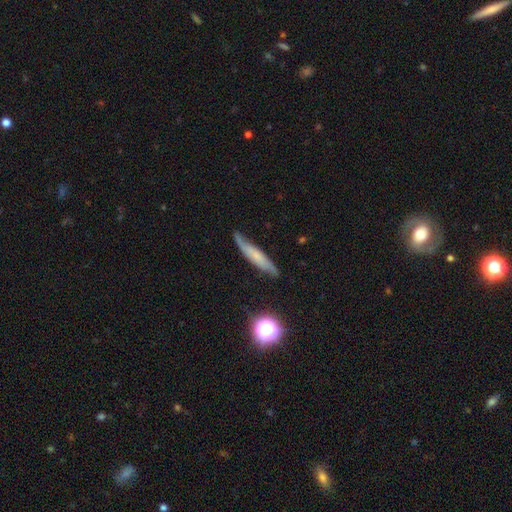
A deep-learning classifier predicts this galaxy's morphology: Q: Smooth or featured?
A: featured or disk (46%); runner-up: smooth (45%)
Q: Merging?
A: none (69%); runner-up: minor disturbance (23%)